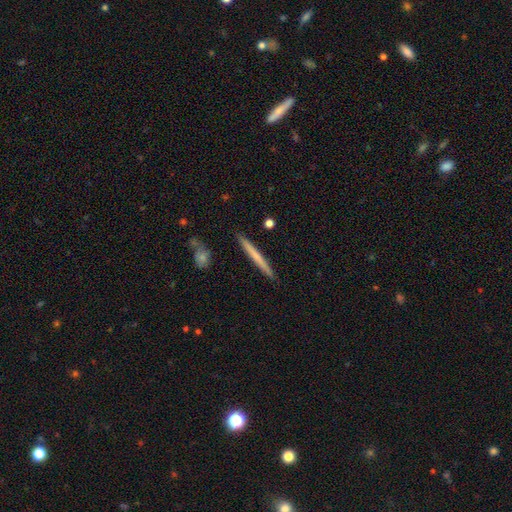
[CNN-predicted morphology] Smooth or featured? smooth (59%)
How rounded? cigar-shaped (97%)
Merging? none (91%)